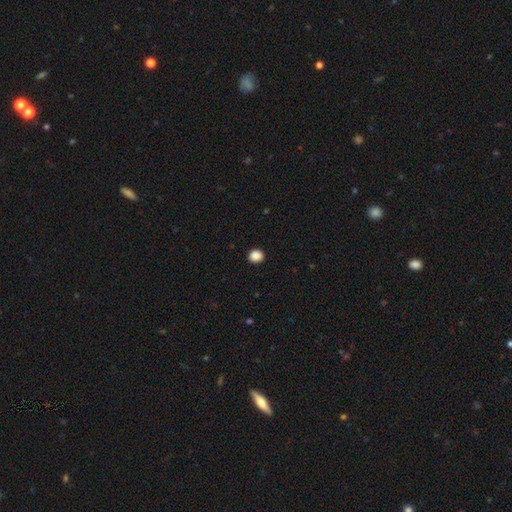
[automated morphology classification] Overall: smooth (88%). How rounded: round (80%). Merging: none (93%).